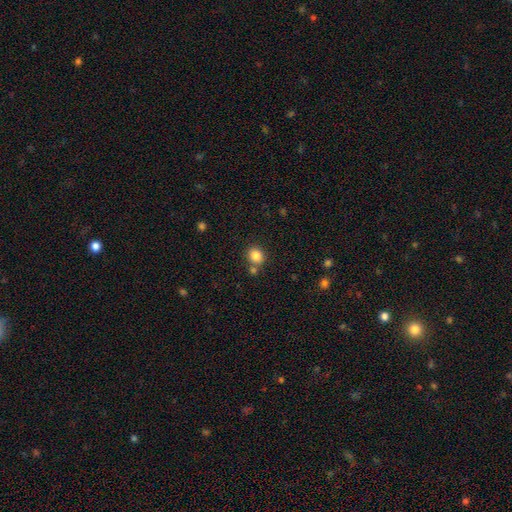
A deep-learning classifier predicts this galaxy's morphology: smooth 84%, star or artifact 10%, featured or disk 5%. Down the decision tree: how rounded — round (79%); merging — none (73%).